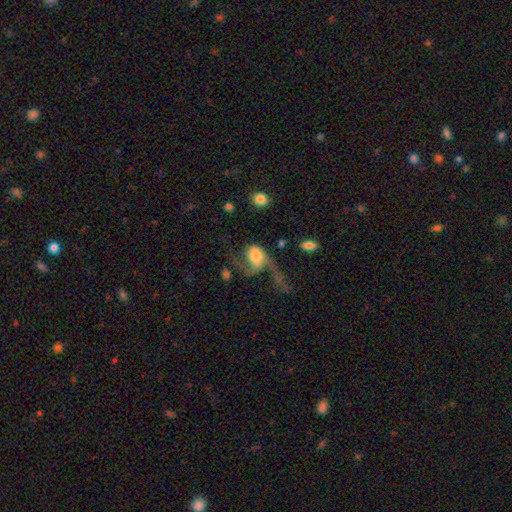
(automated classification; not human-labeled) The model was most divided on "bulge size": large: 36%, moderate: 32%, small: 14%, dominant: 9%, none: 9%. More confident: edge-on disk — no (97%); spiral arms — yes (85%); spiral winding — loose (74%); smooth or featured — featured or disk (65%); spiral arm count — 2 (62%); bar — no (60%); merging — major disturbance (55%).